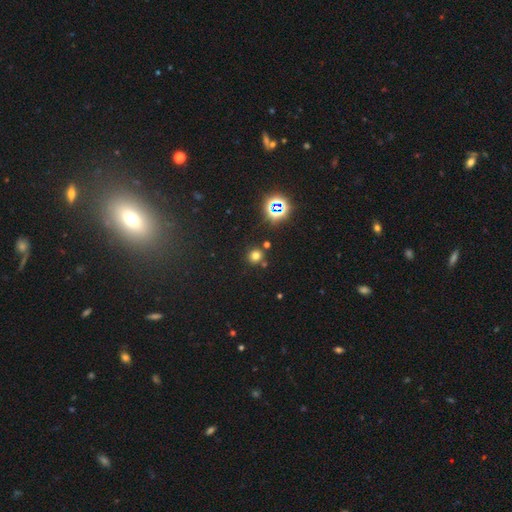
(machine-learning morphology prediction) This appears to be a smooth galaxy with no disk features (68%) that is round (90%). Merging: none (81%).